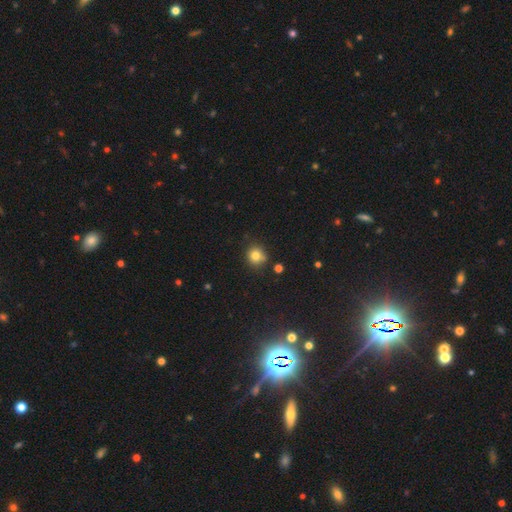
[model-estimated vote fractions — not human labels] A smooth galaxy with no disk features (79%) that is round (89%).

Vote fractions:
- Smooth or featured? smooth: 79% / star or artifact: 13% / featured or disk: 7%
- How rounded? round: 89% / in between: 10% / cigar-shaped: 1%
- Merging? none: 77% / minor disturbance: 13% / merger: 7% / major disturbance: 3%